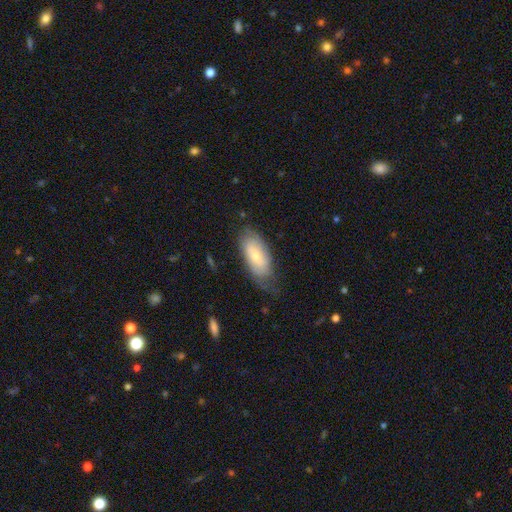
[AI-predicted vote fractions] smooth 60%, featured or disk 33%, star or artifact 7%. Down the decision tree: how rounded — in between (86%); merging — none (57%).